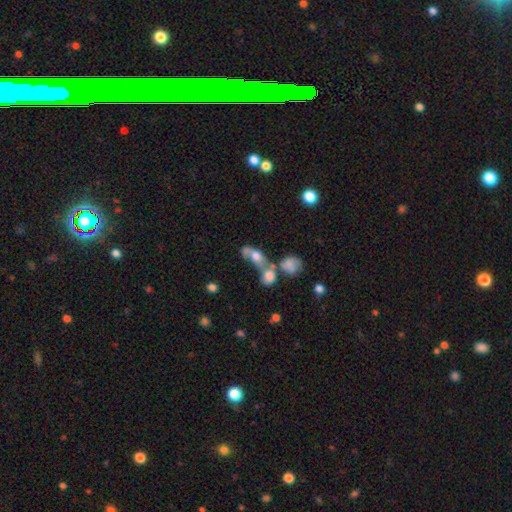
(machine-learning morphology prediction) Q: Smooth or featured?
A: smooth (52%); runner-up: featured or disk (31%)
Q: How rounded?
A: in between (60%); runner-up: round (30%)
Q: Merging?
A: merger (57%); runner-up: none (22%)